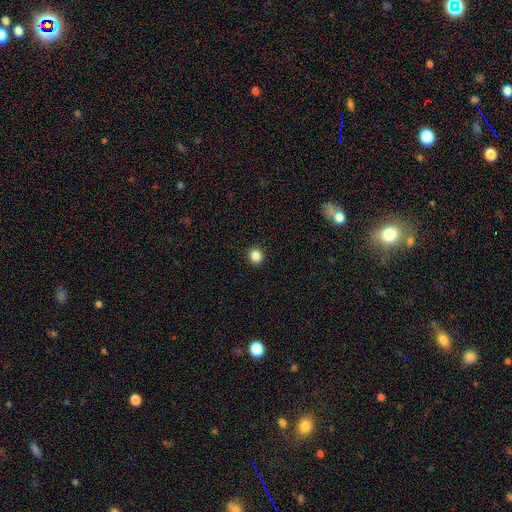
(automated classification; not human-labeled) Smooth or featured? smooth (86%)
How rounded? round (84%)
Merging? none (93%)